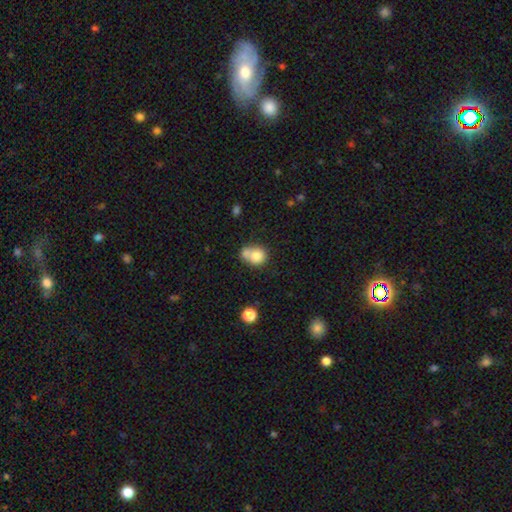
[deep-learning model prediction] Smooth or featured? Predicted: smooth (p=0.78). How rounded? Predicted: round (p=0.68). Merging? Predicted: merger (p=0.47).